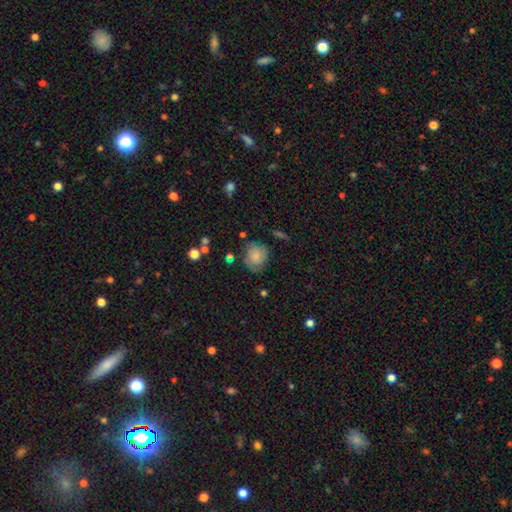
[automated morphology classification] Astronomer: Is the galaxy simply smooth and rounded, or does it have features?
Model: smooth — 53% (runner-up: featured or disk, 38%).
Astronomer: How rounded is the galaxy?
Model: round — 73%.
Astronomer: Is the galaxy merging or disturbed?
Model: none — 63%.